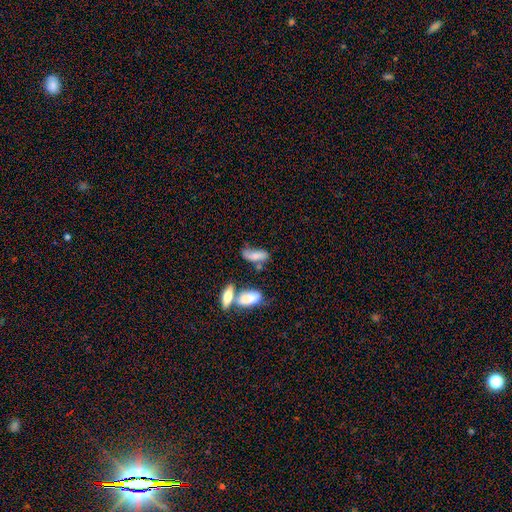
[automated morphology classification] smooth-or-featured: smooth: 65% | featured or disk: 25% | star or artifact: 9%
  how-rounded: in between: 66% | cigar-shaped: 31% | round: 3%
  merging: none: 37% | minor disturbance: 25% | merger: 24% | major disturbance: 15%